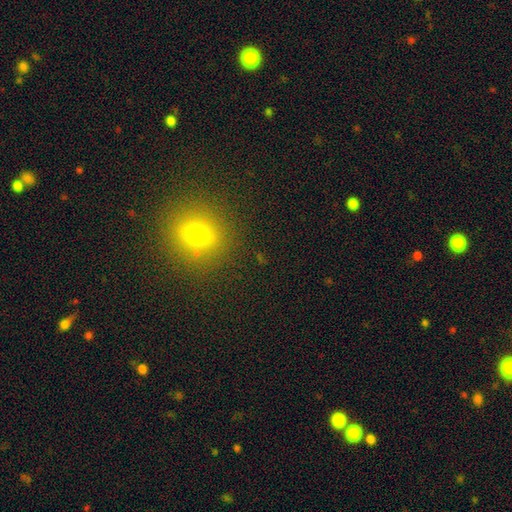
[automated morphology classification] smooth-or-featured: smooth: 56% | star or artifact: 30% | featured or disk: 15%
  how-rounded: round: 75% | in between: 22% | cigar-shaped: 3%
  merging: none: 90% | minor disturbance: 6% | major disturbance: 2% | merger: 1%